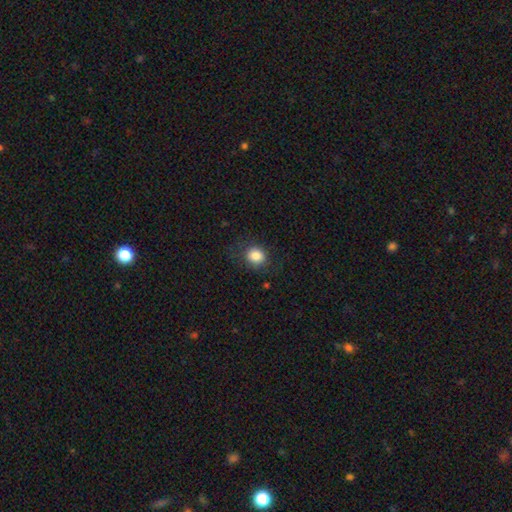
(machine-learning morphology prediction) smooth_or_featured: smooth (p=0.85) [alt: star or artifact p=0.10]
how_rounded: round (p=0.75) [alt: in between p=0.24]
merging: none (p=0.79) [alt: minor disturbance p=0.14]